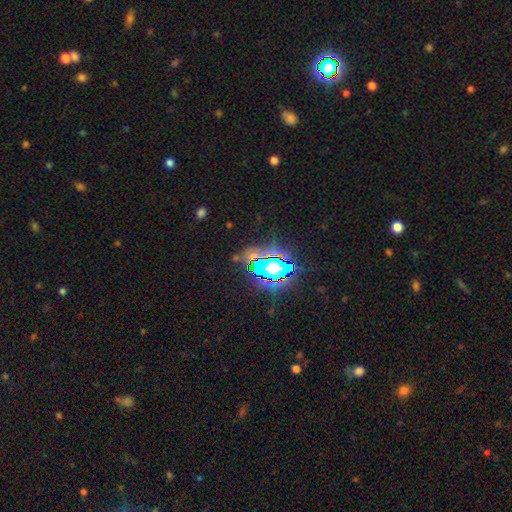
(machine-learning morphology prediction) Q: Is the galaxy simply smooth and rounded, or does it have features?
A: star or artifact — 57%.